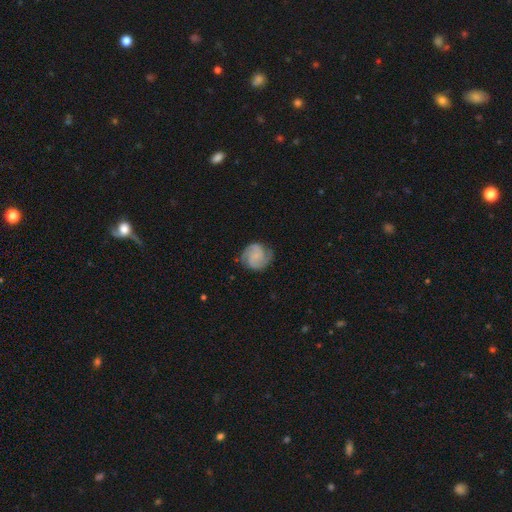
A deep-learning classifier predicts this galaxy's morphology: Overall: featured or disk (79%). Edge-on disk: no (98%). Bar: no (64%; weak 29%). Spiral arms: yes (97%). Spiral arm count: 2 (76%). Spiral winding: tight (50%; medium 41%). Bulge size: small (46%; none 41%). Merging: none (79%).